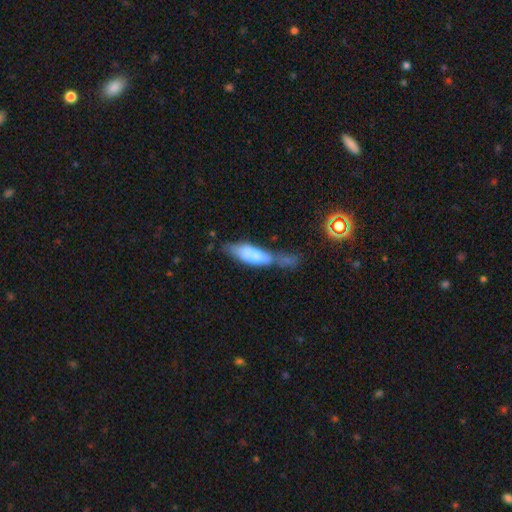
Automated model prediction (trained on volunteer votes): Smooth or featured? smooth (62%)
How rounded? cigar-shaped (52%)
Merging? none (32%)